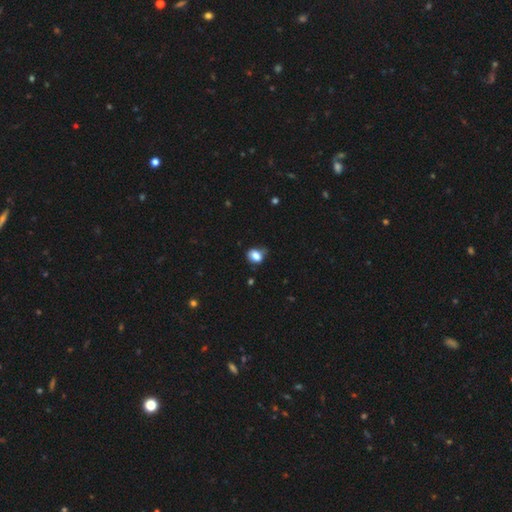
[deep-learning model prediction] A smooth galaxy with no disk features (80%) that is in between round and cigar-shaped (53%). Merging: none (55%).